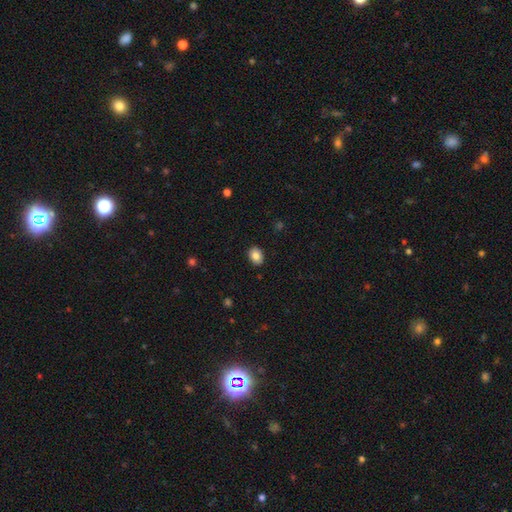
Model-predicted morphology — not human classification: type=smooth (84%); roundness=in between (68%); merging=none (89%).